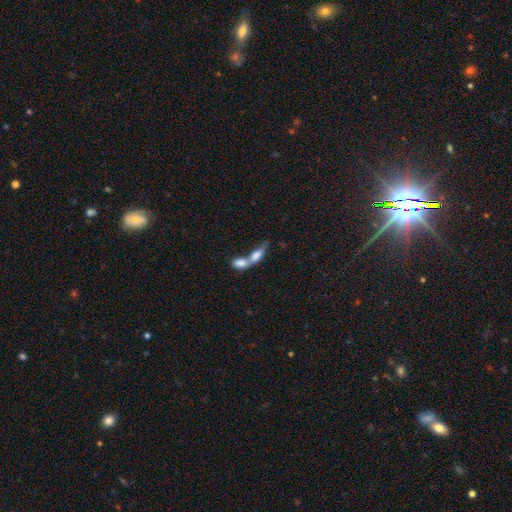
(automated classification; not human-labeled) smooth-or-featured: smooth: 70% | featured or disk: 22% | star or artifact: 8%
  how-rounded: in between: 73% | cigar-shaped: 21% | round: 6%
  merging: merger: 77% | none: 13% | minor disturbance: 5% | major disturbance: 4%